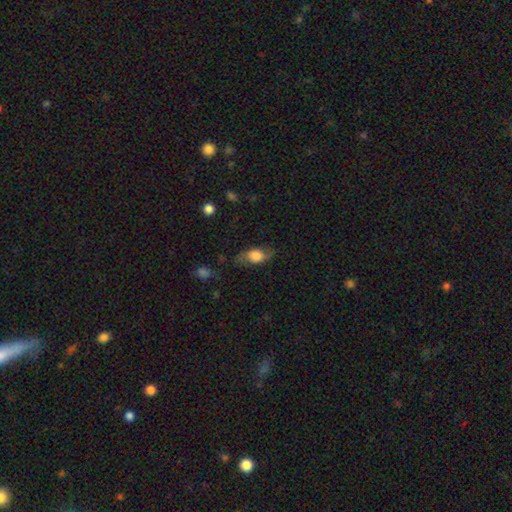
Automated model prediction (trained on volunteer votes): The model was most divided on "smooth or featured": smooth: 63%, featured or disk: 29%, star or artifact: 8%. More confident: how rounded — in between (80%); merging — none (65%).